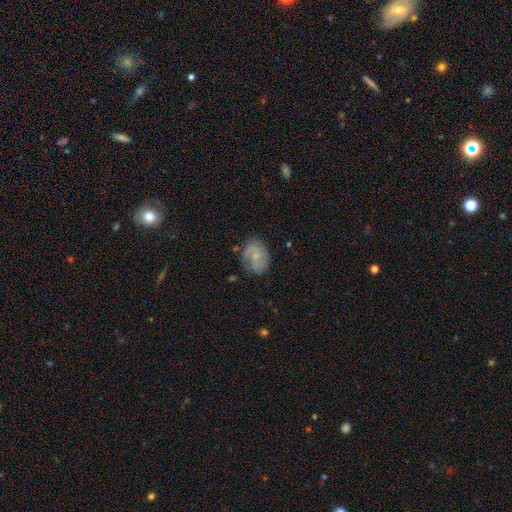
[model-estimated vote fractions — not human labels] This appears to be a featured or disk galaxy (60%) with no bar (66%), spiral arms (85%) and a small central bulge (62%). Merging: none (67%).